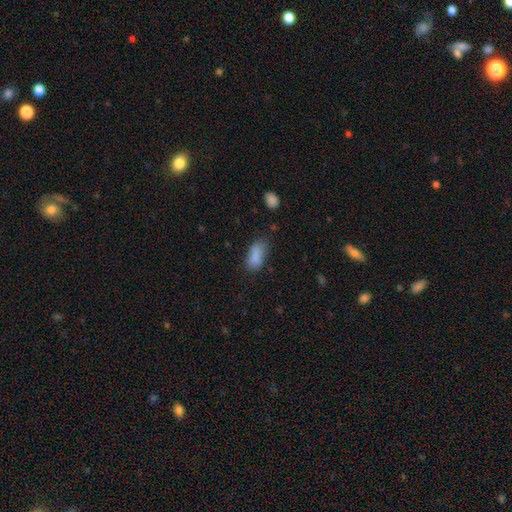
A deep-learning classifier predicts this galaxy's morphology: This is clearly a smooth galaxy (84%). How rounded: clearly in between (90%). Merging: possibly none (58%).